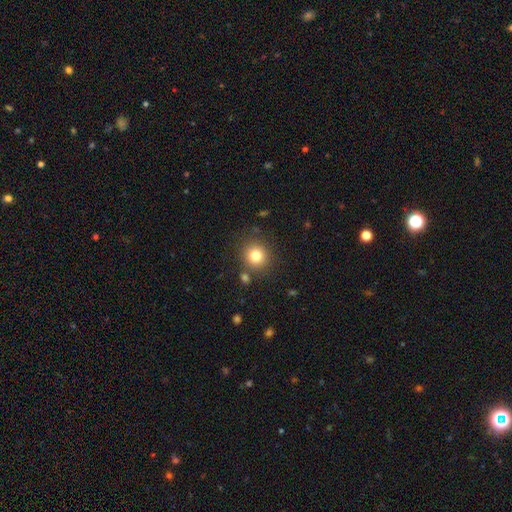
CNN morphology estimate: A smooth galaxy with no disk features (81%) that is round (91%). Merging: none (83%).